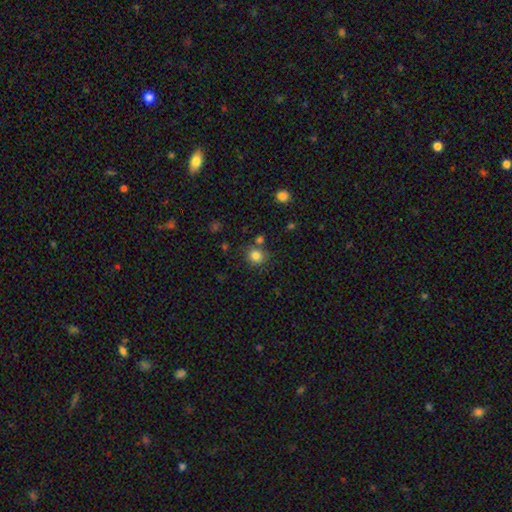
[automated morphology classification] This appears to be a smooth galaxy with no disk features (83%) that is round (81%). Merging: none (76%).